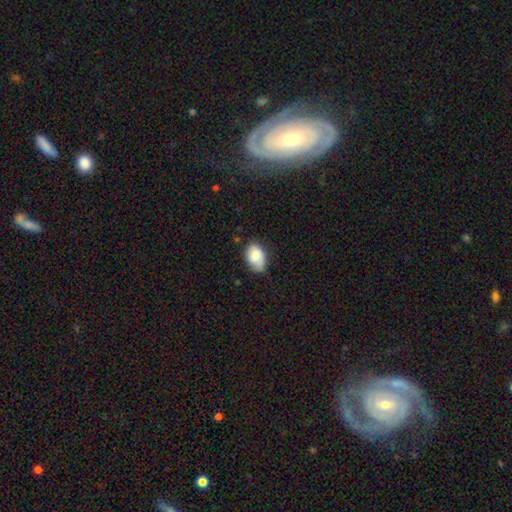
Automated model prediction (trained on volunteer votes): This appears to be a smooth galaxy with no disk features (75%) that is in between round and cigar-shaped (85%). Merging: none (61%).